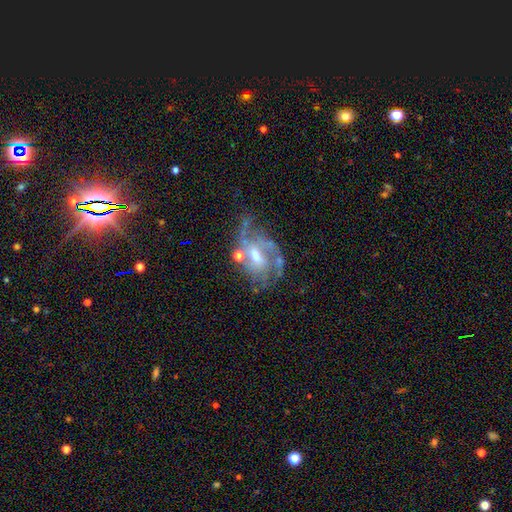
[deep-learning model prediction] The model was most divided on "spiral arm count": 2: 35%, can't tell: 34%, 3: 16%, 4: 6%, 1: 6%, more than 4: 4%. Remaining: edge-on disk — no (96%); spiral arms — yes (83%); smooth or featured — featured or disk (81%); bulge size — moderate (52%); bar — weak (51%); merging — none (46%); spiral winding — medium (44%).